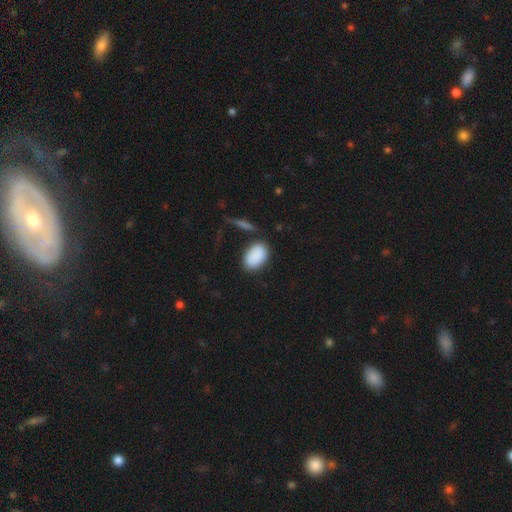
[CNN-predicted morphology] Smooth or featured? smooth (89%)
How rounded? in between (88%)
Merging? none (77%)